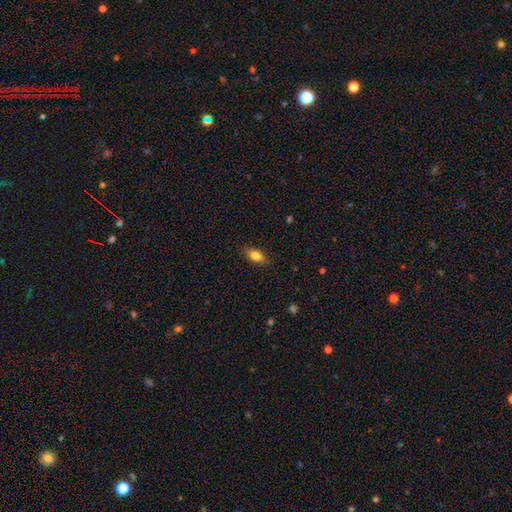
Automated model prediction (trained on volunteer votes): smooth-or-featured: smooth: 84% | featured or disk: 8% | star or artifact: 8%
  how-rounded: in between: 87% | round: 8% | cigar-shaped: 6%
  merging: none: 86% | minor disturbance: 10% | major disturbance: 2% | merger: 1%